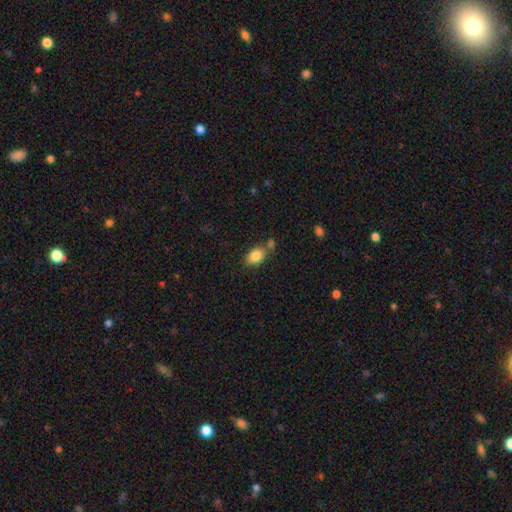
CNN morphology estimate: A smooth galaxy with no disk features (85%) that is in between round and cigar-shaped (81%).

Vote fractions:
- Smooth or featured? smooth: 85% / star or artifact: 8% / featured or disk: 7%
- How rounded? in between: 81% / round: 17% / cigar-shaped: 2%
- Merging? none: 62% / merger: 20% / minor disturbance: 14% / major disturbance: 4%